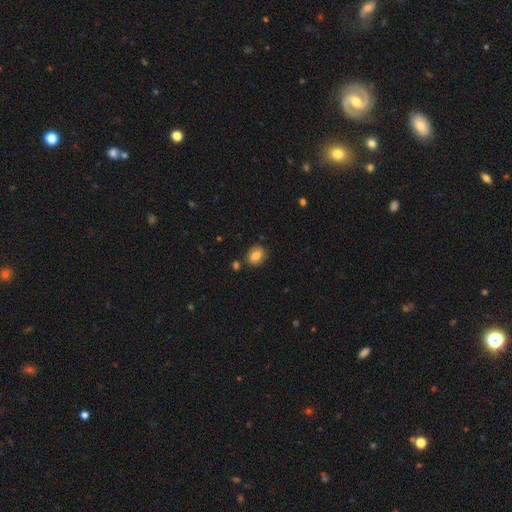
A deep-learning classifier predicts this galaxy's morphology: This appears to be a smooth galaxy with no disk features (69%) that is in between round and cigar-shaped (62%). Merging: none (75%).